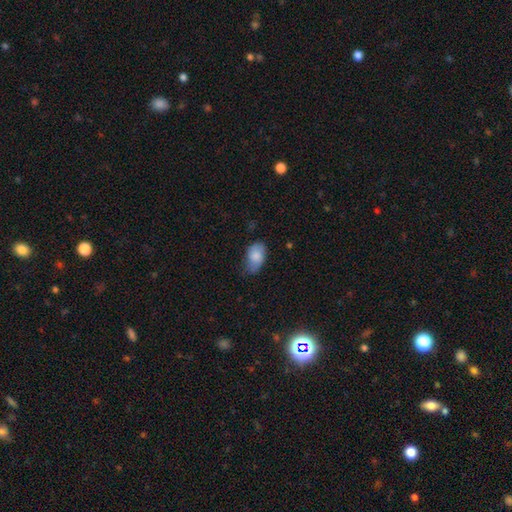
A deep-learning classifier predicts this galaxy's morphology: Smooth or featured?
  - smooth: 83% *
  - featured or disk: 10%
  - star or artifact: 7%
How rounded?
  - in between: 91% *
  - round: 7%
  - cigar-shaped: 2%
Merging?
  - none: 56% *
  - minor disturbance: 35%
  - major disturbance: 8%
  - merger: 1%